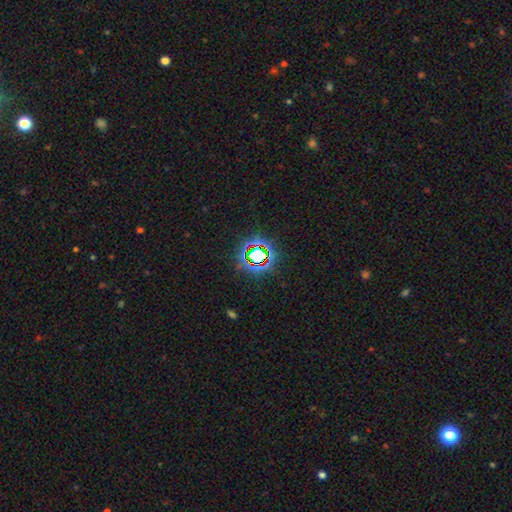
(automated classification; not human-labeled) smooth_or_featured: star or artifact (p=0.73) [alt: smooth p=0.17]